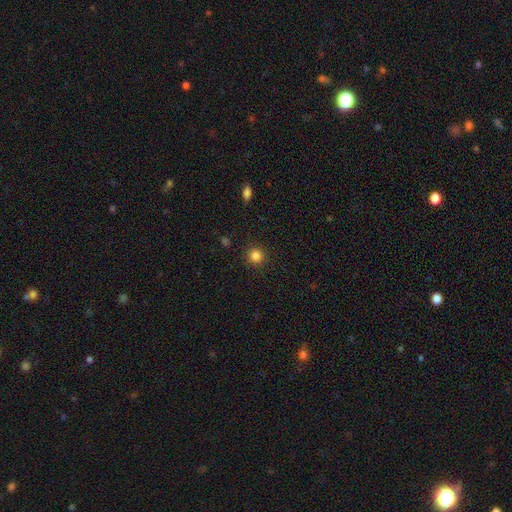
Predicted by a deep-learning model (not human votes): Smooth or featured? smooth (84%)
How rounded? round (93%)
Merging? none (91%)